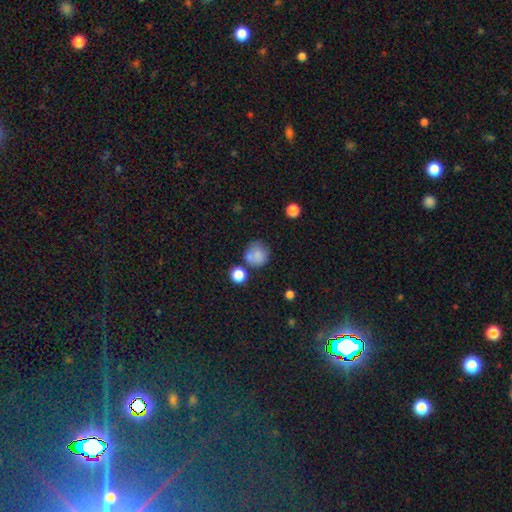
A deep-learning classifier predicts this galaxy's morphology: Smooth or featured? Predicted: smooth (p=0.81). How rounded? Predicted: round (p=0.88). Merging? Predicted: none (p=0.61).